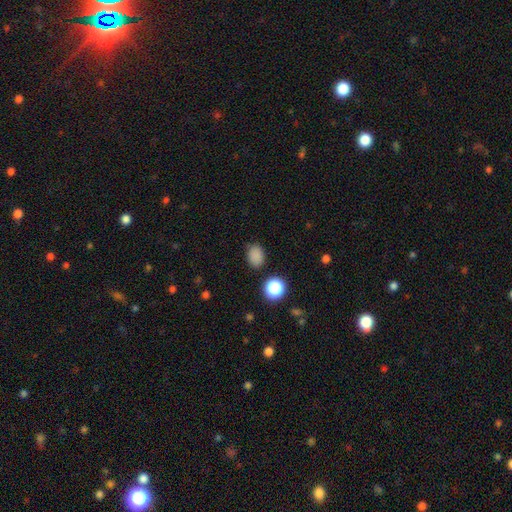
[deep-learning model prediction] Morphology: type=smooth (83%); roundness=in between (68%); merging=none (83%).